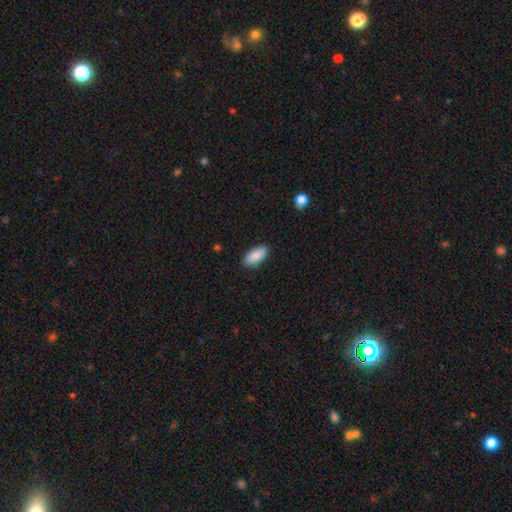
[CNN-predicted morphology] Smooth or featured? Predicted: smooth (p=0.88). How rounded? Predicted: in between (p=0.87). Merging? Predicted: none (p=0.88).